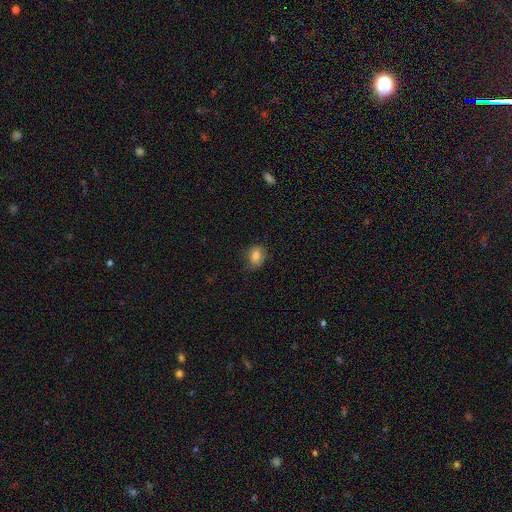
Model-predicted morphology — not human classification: smooth 77%, featured or disk 13%, star or artifact 10%. Down the decision tree: how rounded — in between (64%); merging — none (66%).